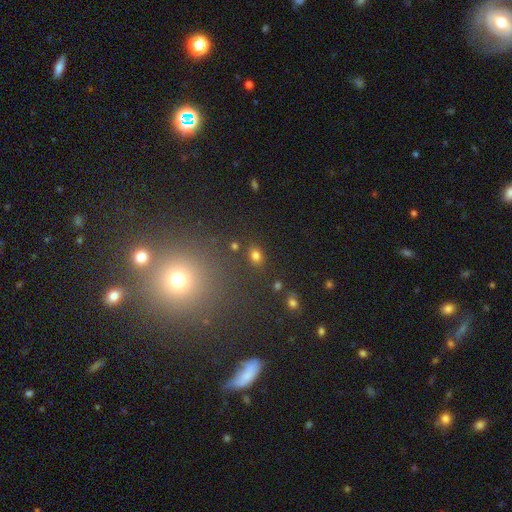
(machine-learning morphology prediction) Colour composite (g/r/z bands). It shows a smooth galaxy with no disk features (77%) that is in between round and cigar-shaped (58%). Merging: none (82%).